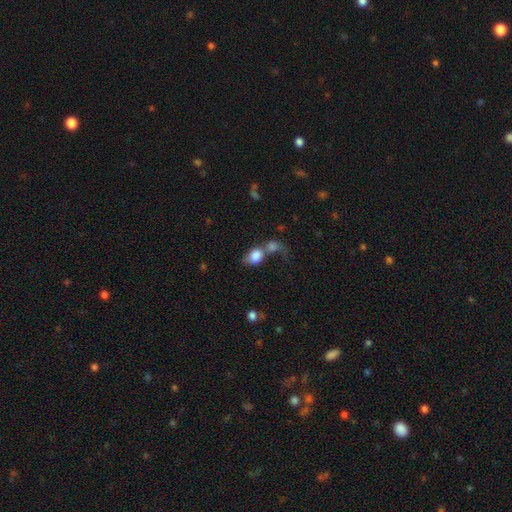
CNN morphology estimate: This is likely a smooth galaxy (79%). How rounded: likely in between (64%). Merging: likely merger (61%).